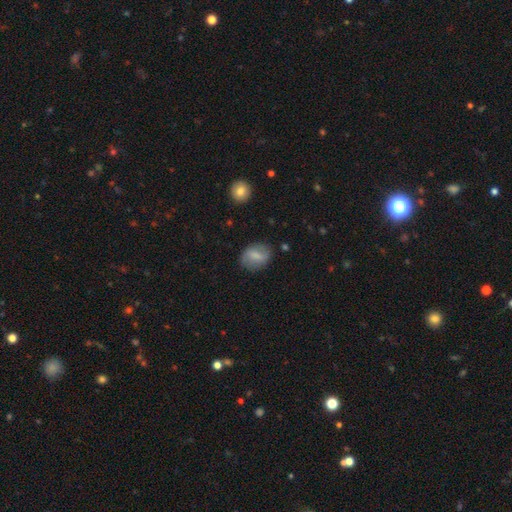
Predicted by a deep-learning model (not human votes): Q: Smooth or featured?
A: smooth (63%); runner-up: featured or disk (29%)
Q: How rounded?
A: in between (62%); runner-up: round (36%)
Q: Merging?
A: none (78%); runner-up: minor disturbance (15%)